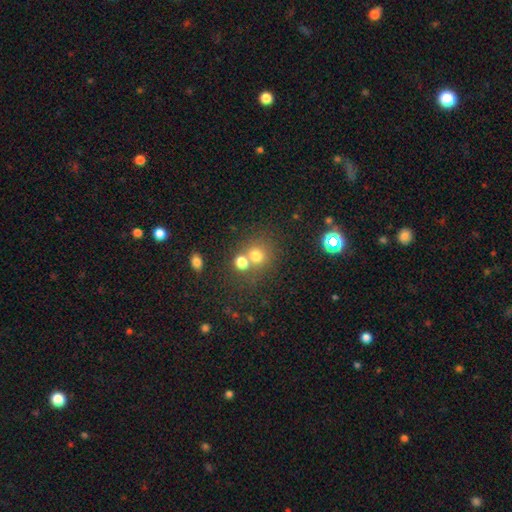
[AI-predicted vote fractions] Smooth or featured? smooth (73%)
How rounded? round (82%)
Merging? none (50%)